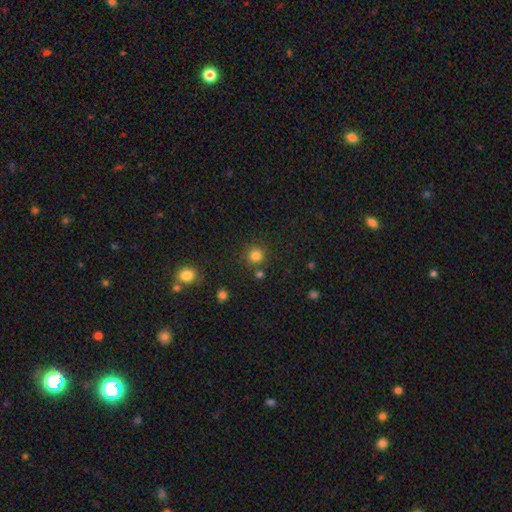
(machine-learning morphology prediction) Smooth or featured?
  - smooth: 81% *
  - star or artifact: 14%
  - featured or disk: 5%
How rounded?
  - round: 93% *
  - in between: 6%
  - cigar-shaped: 1%
Merging?
  - none: 82% *
  - minor disturbance: 8%
  - merger: 7%
  - major disturbance: 3%